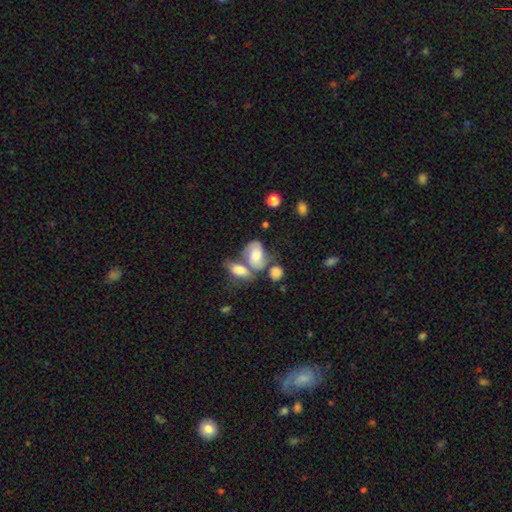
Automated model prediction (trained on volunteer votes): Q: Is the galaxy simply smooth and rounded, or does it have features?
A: smooth — 48%.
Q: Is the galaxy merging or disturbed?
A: merger — 44%.